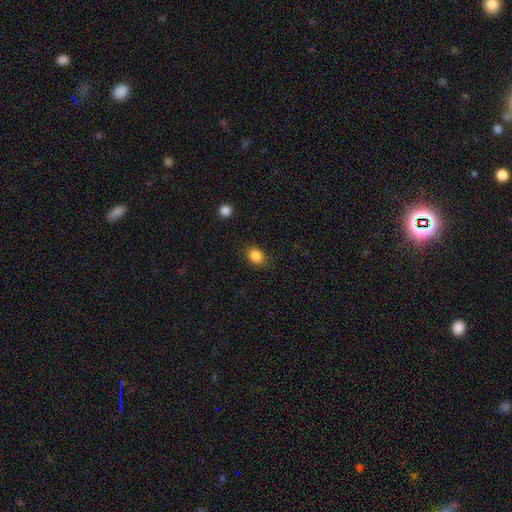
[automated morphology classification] A smooth galaxy with no disk features (86%) that is in between round and cigar-shaped (54%). Merging: none (83%).